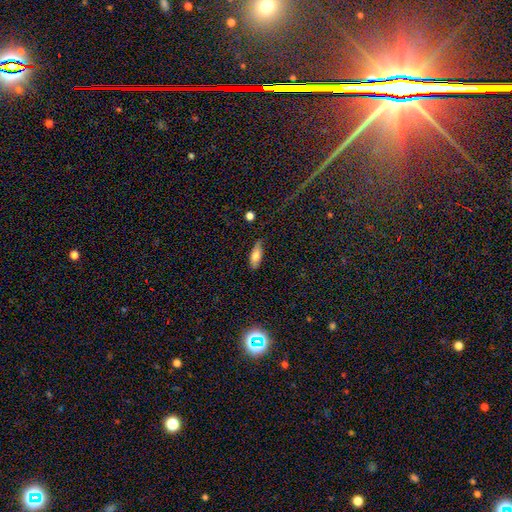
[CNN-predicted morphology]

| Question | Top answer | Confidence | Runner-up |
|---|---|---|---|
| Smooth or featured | smooth | 72% | featured or disk (20%) |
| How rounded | in between | 68% | cigar-shaped (29%) |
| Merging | none | 76% | minor disturbance (19%) |